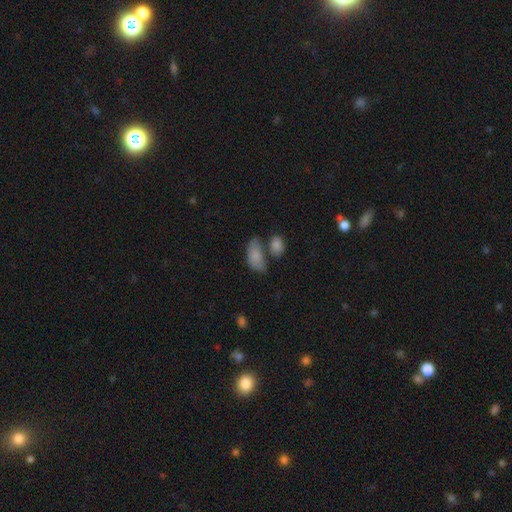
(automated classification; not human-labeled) This appears to be a smooth galaxy with no disk features (81%) that is in between round and cigar-shaped (92%). Merging: none (38%).